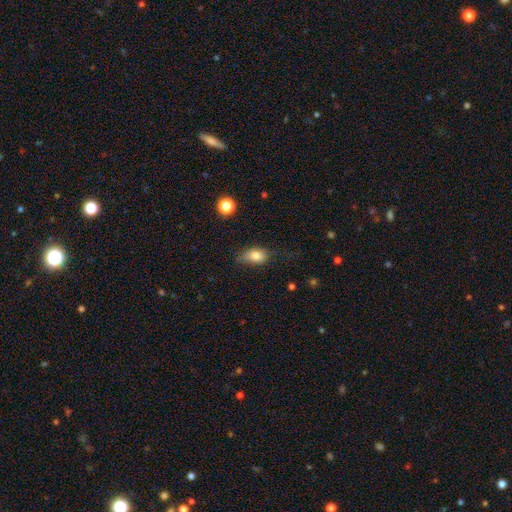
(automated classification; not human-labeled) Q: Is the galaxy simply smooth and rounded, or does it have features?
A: smooth — 81%.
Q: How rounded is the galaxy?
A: in between — 84%.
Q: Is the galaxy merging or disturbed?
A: none — 56%.